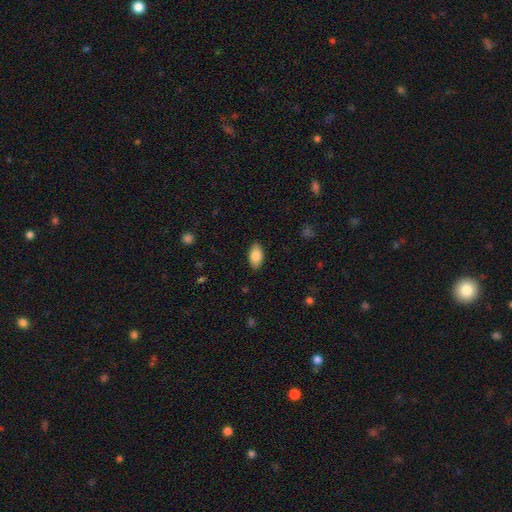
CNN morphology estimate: Smooth or featured?
  - smooth: 86% *
  - featured or disk: 7%
  - star or artifact: 7%
How rounded?
  - in between: 94% *
  - round: 4%
  - cigar-shaped: 2%
Merging?
  - none: 87% *
  - minor disturbance: 9%
  - major disturbance: 2%
  - merger: 1%